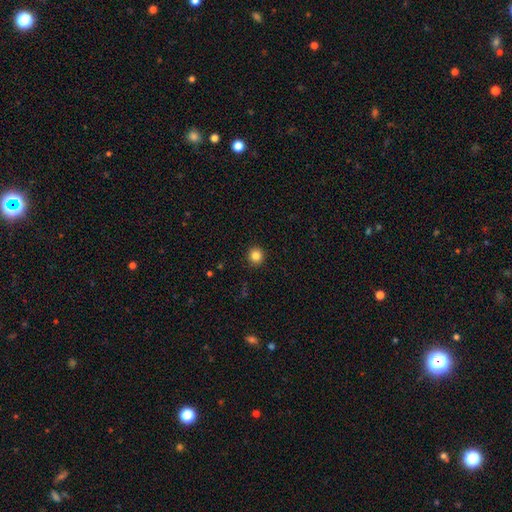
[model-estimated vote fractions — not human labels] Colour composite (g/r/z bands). It shows a smooth galaxy with no disk features (84%) that is round (93%). Merging: none (92%).